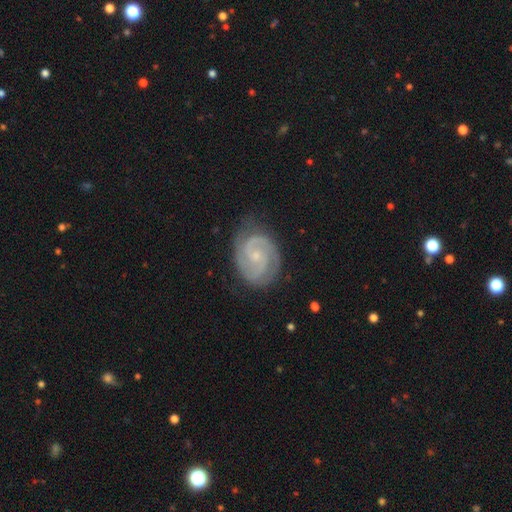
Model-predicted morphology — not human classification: A featured or disk galaxy (90%) with no bar (58%), 2 (88%) tight (53%) spiral arms (98%) and a small central bulge (71%). Merging: none (81%).